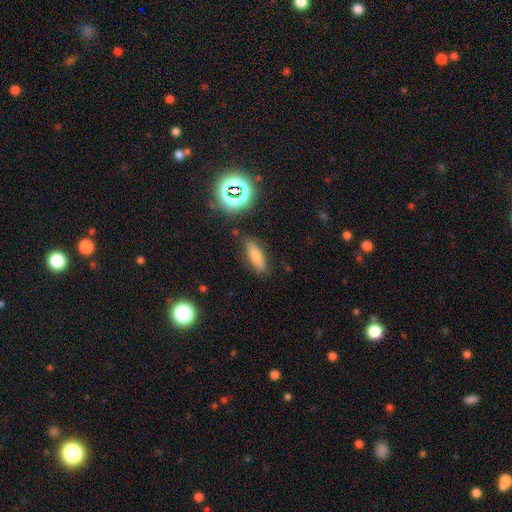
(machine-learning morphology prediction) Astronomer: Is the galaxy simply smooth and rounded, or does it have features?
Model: smooth — 59%.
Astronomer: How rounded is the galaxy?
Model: in between — 51% (runner-up: cigar-shaped, 42%).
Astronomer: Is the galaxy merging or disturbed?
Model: none — 85%.